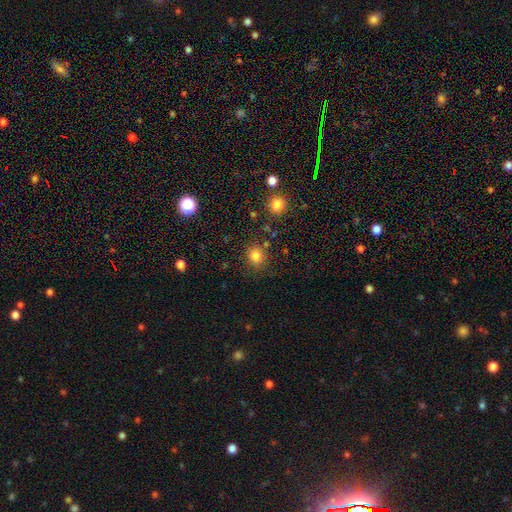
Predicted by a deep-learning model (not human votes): A smooth galaxy with no disk features (82%) that is round (83%). Merging: none (84%).